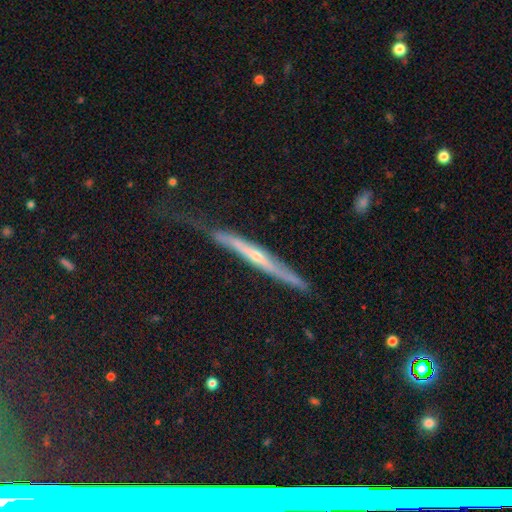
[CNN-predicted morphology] Smooth or featured?
  - featured or disk: 71% *
  - smooth: 19%
  - star or artifact: 10%
Edge-on disk?
  - yes: 91% *
  - no: 9%
Edge-on bulge?
  - rounded: 60% *
  - none: 35%
  - boxy: 5%
Merging?
  - none: 55% *
  - minor disturbance: 32%
  - major disturbance: 10%
  - merger: 3%